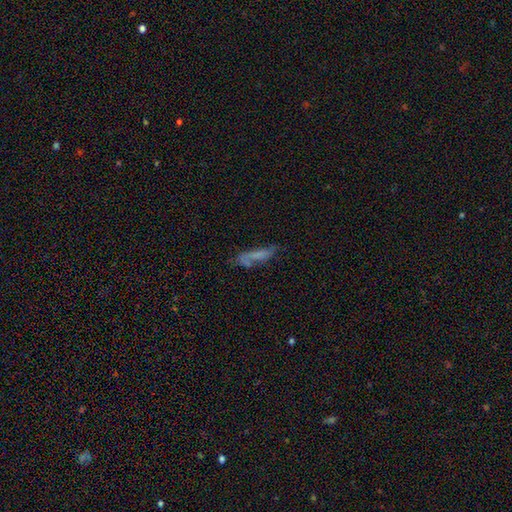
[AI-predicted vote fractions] smooth-or-featured: smooth: 51% | featured or disk: 36% | star or artifact: 12%
  how-rounded: cigar-shaped: 65% | in between: 33% | round: 3%
  merging: none: 47% | minor disturbance: 25% | major disturbance: 18% | merger: 10%